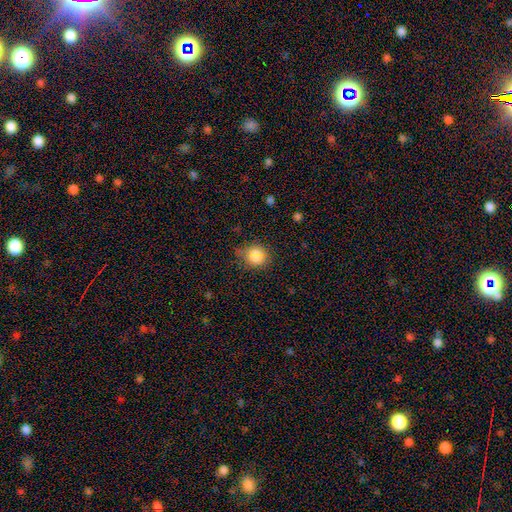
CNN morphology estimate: smooth-or-featured: smooth: 70% | star or artifact: 22% | featured or disk: 9%
  how-rounded: round: 82% | in between: 16% | cigar-shaped: 2%
  merging: none: 80% | minor disturbance: 12% | merger: 4% | major disturbance: 4%